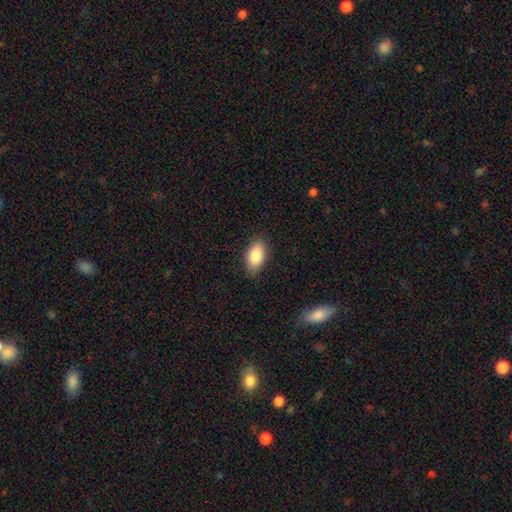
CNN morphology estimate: Overall: smooth (86%). How rounded: in between (93%). Merging: none (85%).